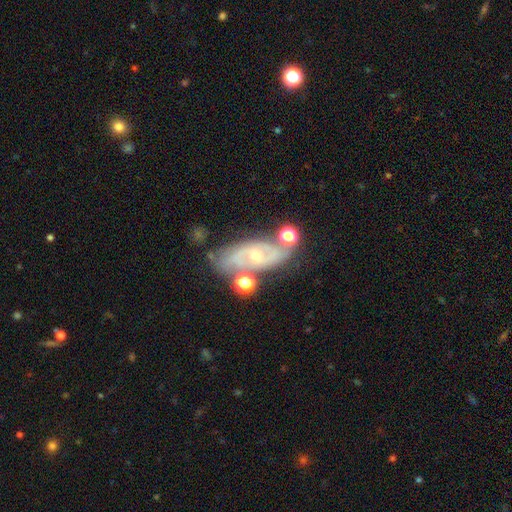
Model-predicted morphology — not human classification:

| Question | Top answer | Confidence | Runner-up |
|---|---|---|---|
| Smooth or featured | featured or disk | 77% | smooth (14%) |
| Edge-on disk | no | 92% | yes (8%) |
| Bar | no | 51% | weak (37%) |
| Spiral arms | yes | 89% | no (11%) |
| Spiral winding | medium | 44% | tight (42%) |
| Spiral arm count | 2 | 73% | can't tell (17%) |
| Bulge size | small | 62% | moderate (32%) |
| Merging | none | 61% | minor disturbance (19%) |